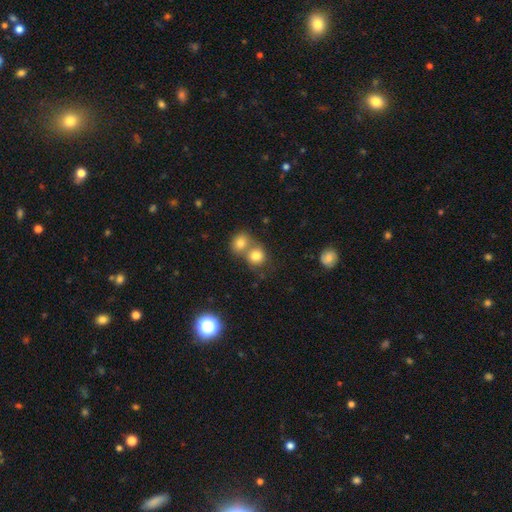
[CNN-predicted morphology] Smooth or featured? smooth (79%)
How rounded? round (80%)
Merging? merger (53%)